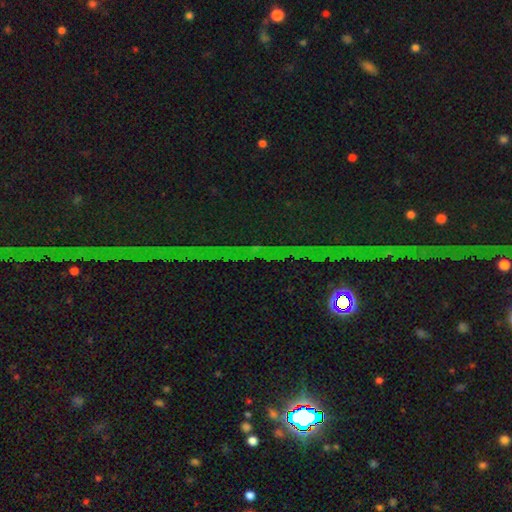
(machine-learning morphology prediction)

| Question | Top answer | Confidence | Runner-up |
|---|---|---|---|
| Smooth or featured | star or artifact | 82% | featured or disk (11%) |